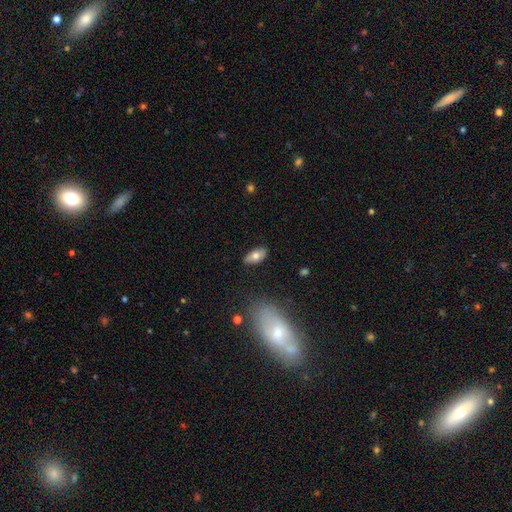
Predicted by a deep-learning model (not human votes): Overall: smooth (69%). How rounded: in between (91%). Merging: none (83%).